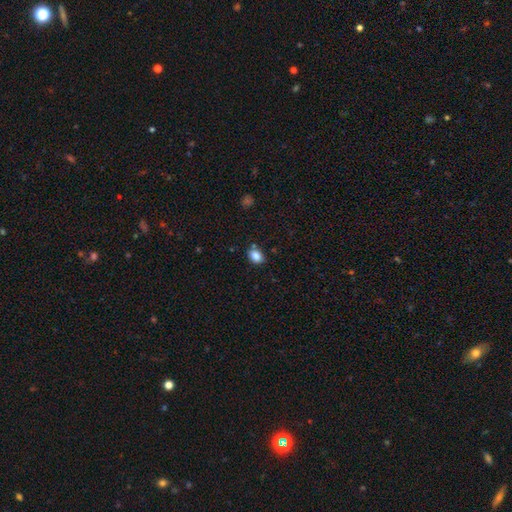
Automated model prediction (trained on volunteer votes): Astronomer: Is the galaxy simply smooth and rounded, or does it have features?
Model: smooth — 85%.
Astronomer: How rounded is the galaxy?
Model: in between — 73%.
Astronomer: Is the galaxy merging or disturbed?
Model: none — 79%.